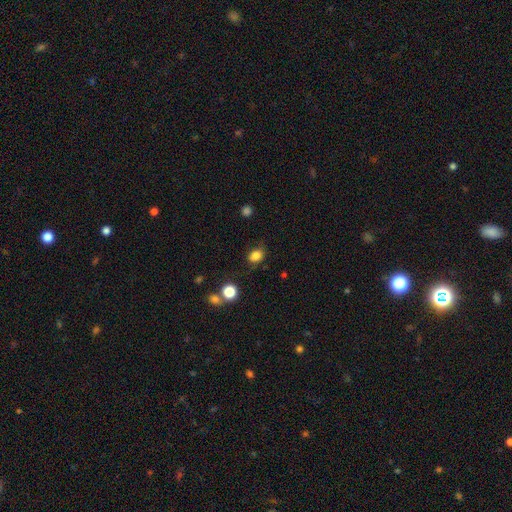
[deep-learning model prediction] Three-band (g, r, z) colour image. It shows a smooth galaxy with no disk features (83%) that is in between round and cigar-shaped (58%). Merging: none (72%).